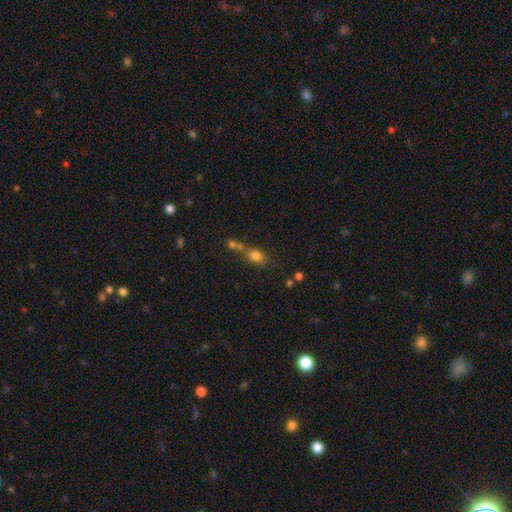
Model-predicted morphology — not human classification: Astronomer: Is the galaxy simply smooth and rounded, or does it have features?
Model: smooth — 76%.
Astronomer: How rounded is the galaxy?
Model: in between — 52% (runner-up: round, 44%).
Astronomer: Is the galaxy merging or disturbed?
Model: none — 43% (runner-up: merger, 38%).